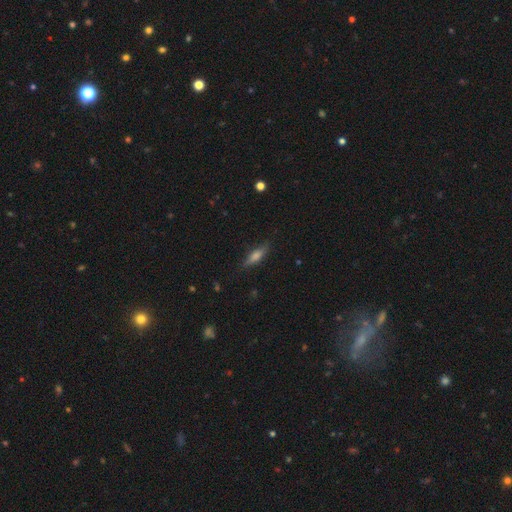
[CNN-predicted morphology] A featured or disk galaxy (46%). Merging: none (83%).